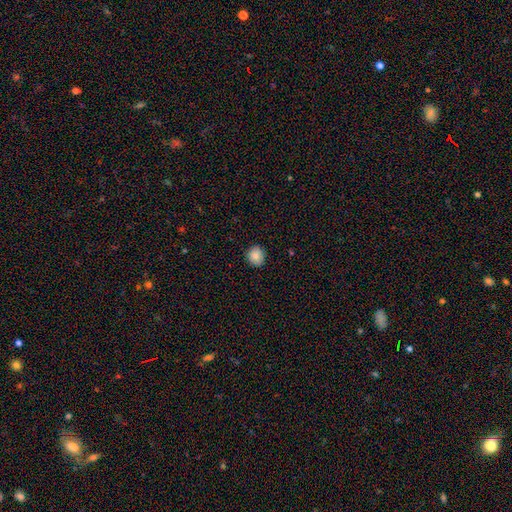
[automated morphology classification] Smooth or featured? smooth (85%)
How rounded? round (84%)
Merging? none (88%)